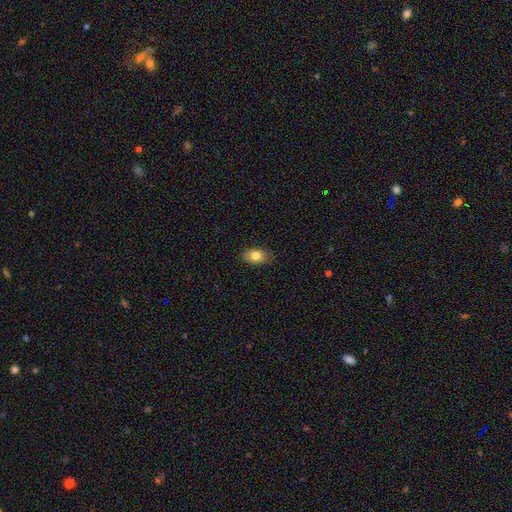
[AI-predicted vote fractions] smooth 80%, featured or disk 12%, star or artifact 8%. Down the decision tree: how rounded — in between (87%); merging — none (84%).